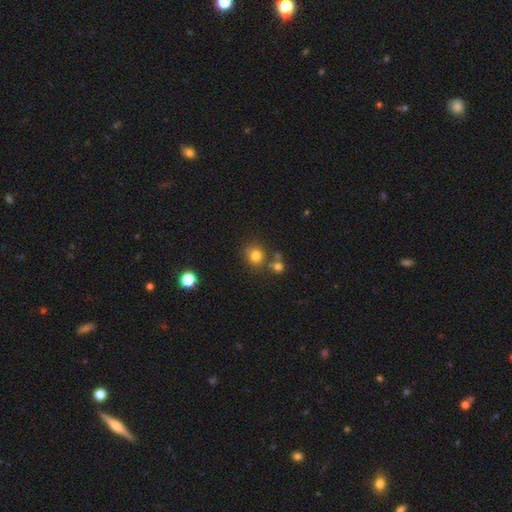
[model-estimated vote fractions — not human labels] A smooth galaxy with no disk features (77%) that is round (80%).

Vote fractions:
- Smooth or featured? smooth: 77% / star or artifact: 14% / featured or disk: 9%
- How rounded? round: 80% / in between: 19% / cigar-shaped: 1%
- Merging? none: 66% / merger: 18% / minor disturbance: 12% / major disturbance: 4%